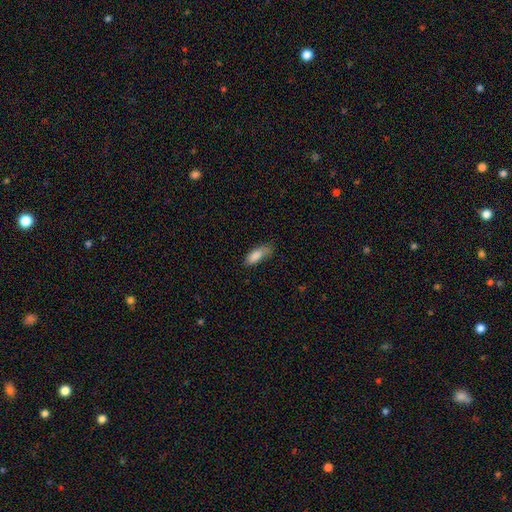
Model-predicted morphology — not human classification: Smooth or featured?
  - smooth: 86% *
  - star or artifact: 7%
  - featured or disk: 7%
How rounded?
  - in between: 76% *
  - cigar-shaped: 22%
  - round: 2%
Merging?
  - none: 53% *
  - minor disturbance: 35%
  - major disturbance: 10%
  - merger: 2%